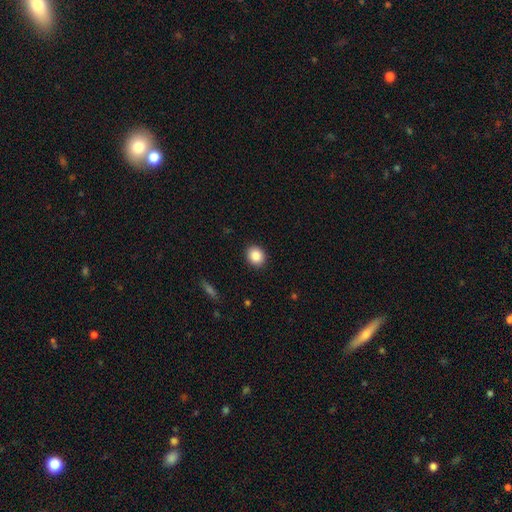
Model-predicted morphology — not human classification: type=smooth (86%); roundness=round (71%); merging=none (91%).